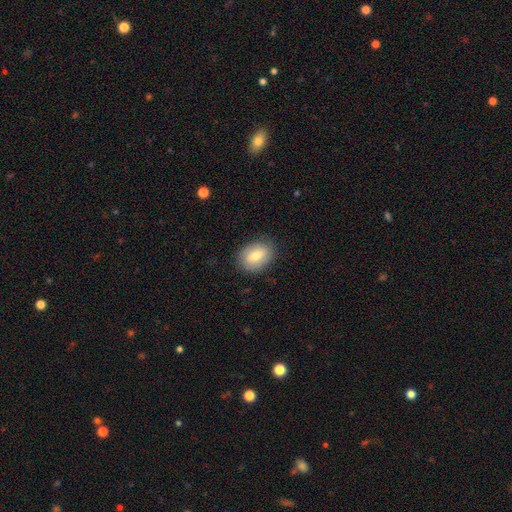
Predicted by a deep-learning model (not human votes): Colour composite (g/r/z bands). It shows a smooth galaxy with no disk features (71%) that is in between round and cigar-shaped (72%). Merging: none (83%).